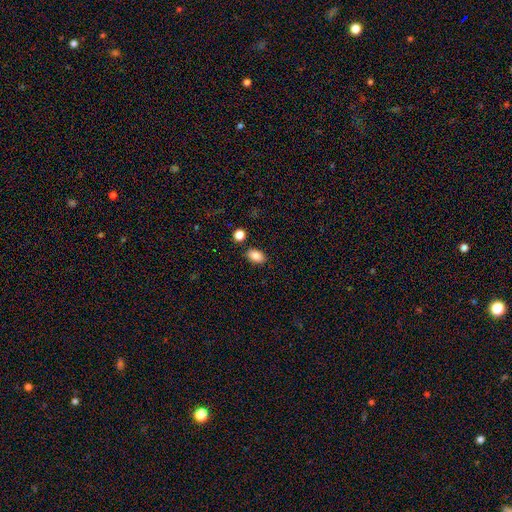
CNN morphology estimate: type=smooth (87%); roundness=in between (87%); merging=none (84%).